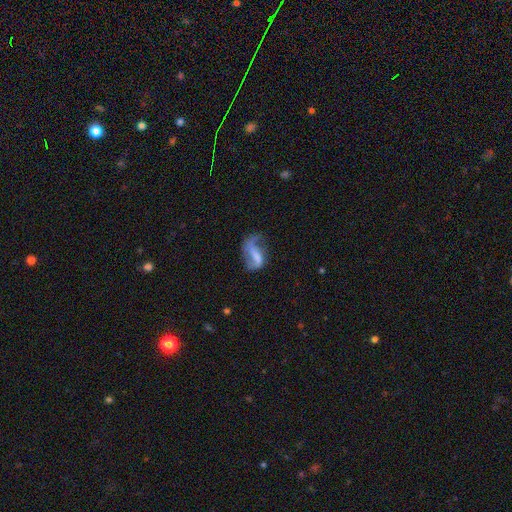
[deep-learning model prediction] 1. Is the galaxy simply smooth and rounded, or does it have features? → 56% featured or disk, 34% smooth, 9% star or artifact.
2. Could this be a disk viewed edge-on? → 95% no, 5% yes.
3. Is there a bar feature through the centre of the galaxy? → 35% weak, 33% no, 32% strong.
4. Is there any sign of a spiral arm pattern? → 68% yes, 32% no.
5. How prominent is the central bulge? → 53% none, 19% small, 17% moderate, 9% large, 2% dominant.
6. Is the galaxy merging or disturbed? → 42% major disturbance, 29% none, 24% minor disturbance, 5% merger.